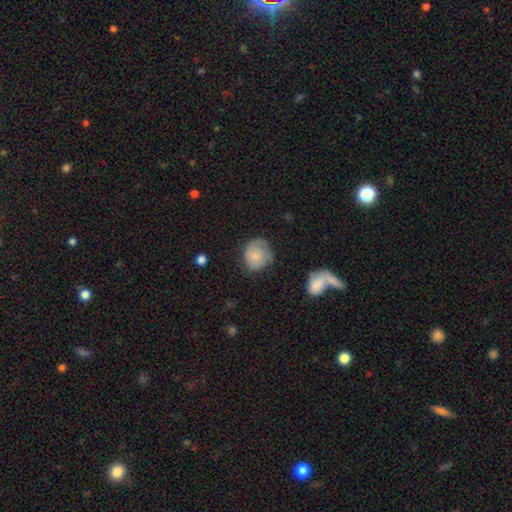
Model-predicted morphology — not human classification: Overall: smooth (73%). How rounded: round (73%). Merging: none (56%; minor disturbance 31%).